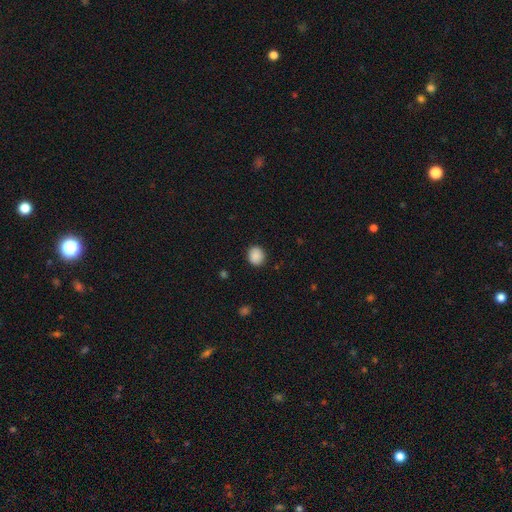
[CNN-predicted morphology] Smooth or featured? Predicted: smooth (p=0.88). How rounded? Predicted: round (p=0.79). Merging? Predicted: none (p=0.87).